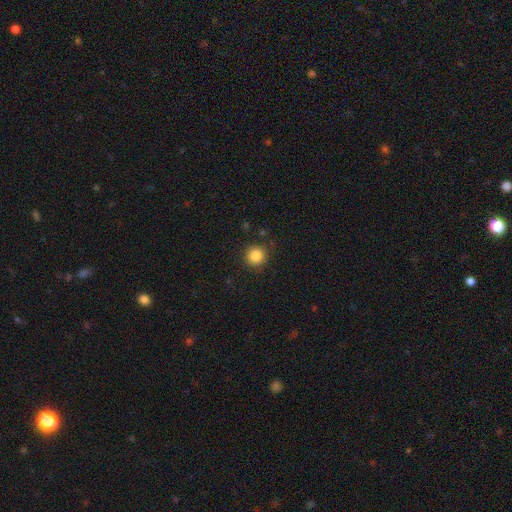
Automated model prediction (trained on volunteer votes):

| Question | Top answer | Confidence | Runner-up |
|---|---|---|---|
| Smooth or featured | smooth | 86% | star or artifact (10%) |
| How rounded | round | 94% | in between (5%) |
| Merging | none | 89% | minor disturbance (7%) |